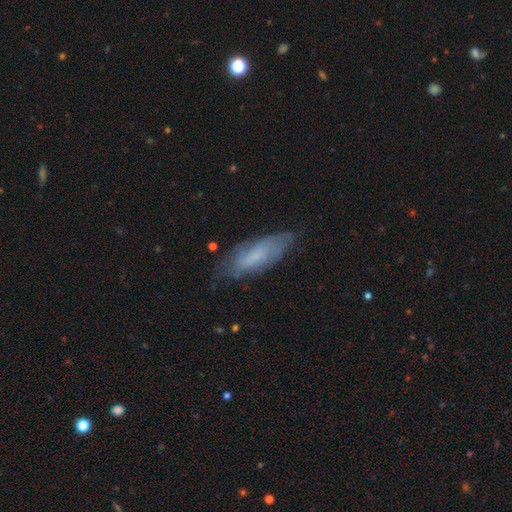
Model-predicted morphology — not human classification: The model was most divided on "how rounded": in between: 59%, cigar-shaped: 39%, round: 2%. More confident: merging — none (67%); smooth or featured — smooth (57%).